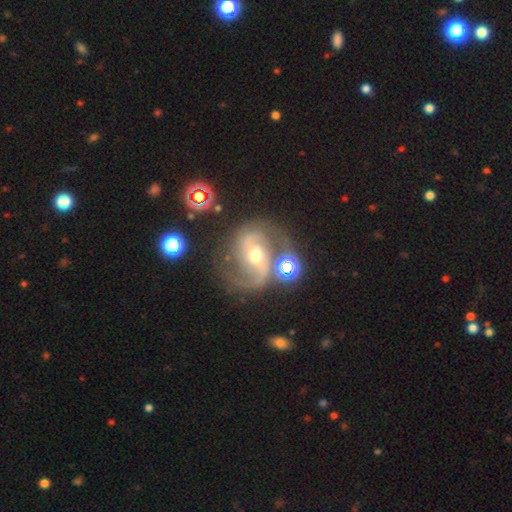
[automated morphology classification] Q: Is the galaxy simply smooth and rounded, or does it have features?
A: featured or disk — 86%.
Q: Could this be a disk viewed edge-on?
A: no — 97%.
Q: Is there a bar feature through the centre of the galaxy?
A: no — 39%, tied with weak.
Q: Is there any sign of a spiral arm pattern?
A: yes — 96%.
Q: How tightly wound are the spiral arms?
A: medium — 56%.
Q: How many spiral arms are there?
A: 2 — 89%.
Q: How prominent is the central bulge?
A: moderate — 63%.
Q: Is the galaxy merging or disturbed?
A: none — 63%.